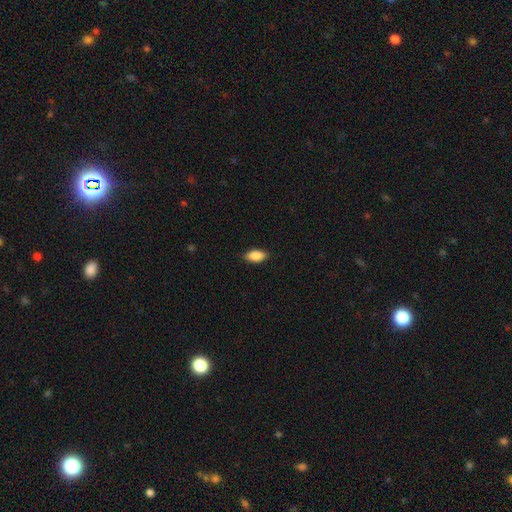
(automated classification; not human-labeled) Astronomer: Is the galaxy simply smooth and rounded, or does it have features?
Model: smooth — 89%.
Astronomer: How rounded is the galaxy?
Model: in between — 92%.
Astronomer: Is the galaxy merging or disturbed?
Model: none — 87%.